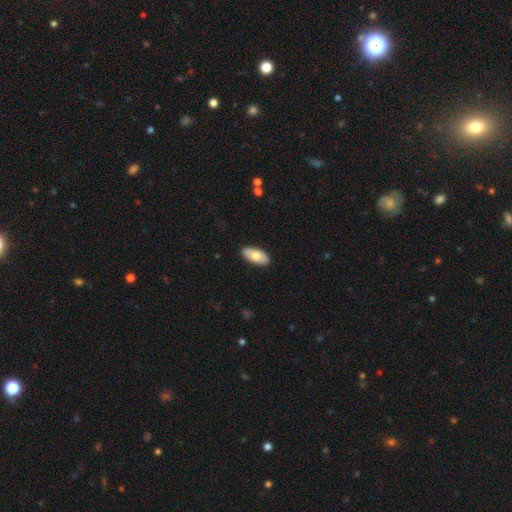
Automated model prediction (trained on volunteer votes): Smooth or featured: smooth — 70% (featured or disk — 25%)
How rounded: in between — 91% (cigar-shaped — 7%)
Merging: none — 88% (minor disturbance — 9%)